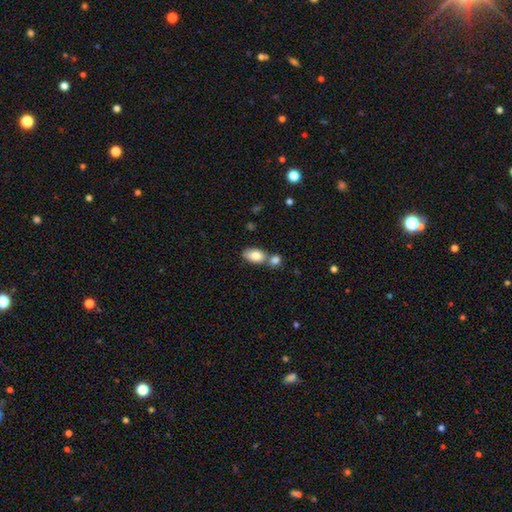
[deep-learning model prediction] Q: Smooth or featured?
A: smooth (82%); runner-up: featured or disk (11%)
Q: How rounded?
A: in between (89%); runner-up: round (8%)
Q: Merging?
A: none (44%); runner-up: merger (41%)